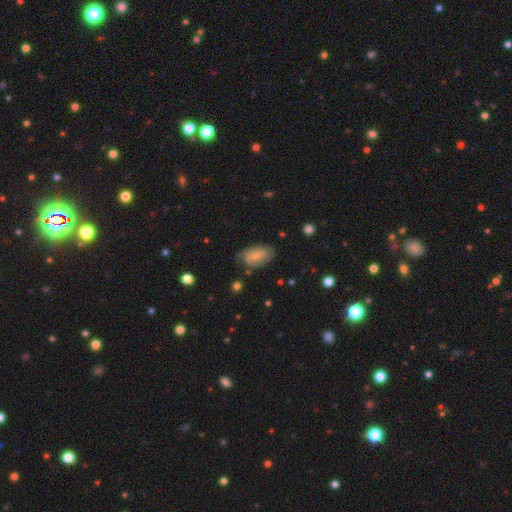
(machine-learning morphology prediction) A smooth galaxy with no disk features (53%) that is in between round and cigar-shaped (90%).

Vote fractions:
- Smooth or featured? smooth: 53% / featured or disk: 40% / star or artifact: 7%
- How rounded? in between: 90% / round: 8% / cigar-shaped: 2%
- Merging? none: 56% / minor disturbance: 30% / major disturbance: 12% / merger: 2%